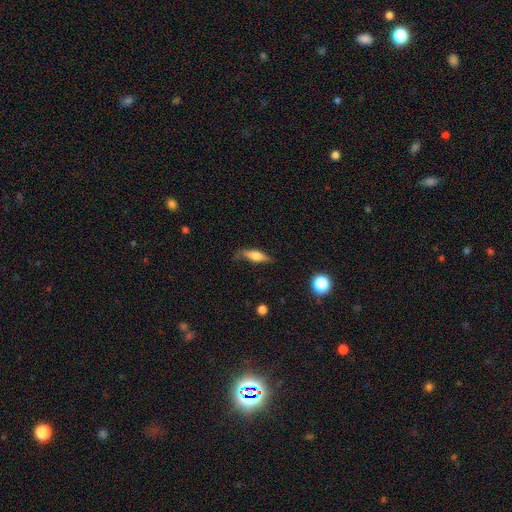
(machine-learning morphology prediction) A smooth galaxy with no disk features (54%) that is cigar-shaped (50%). Merging: none (70%).